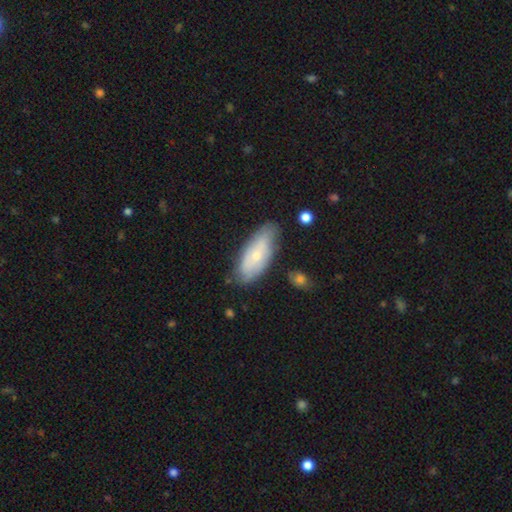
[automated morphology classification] Smooth or featured? smooth (55%)
How rounded? in between (81%)
Merging? none (68%)